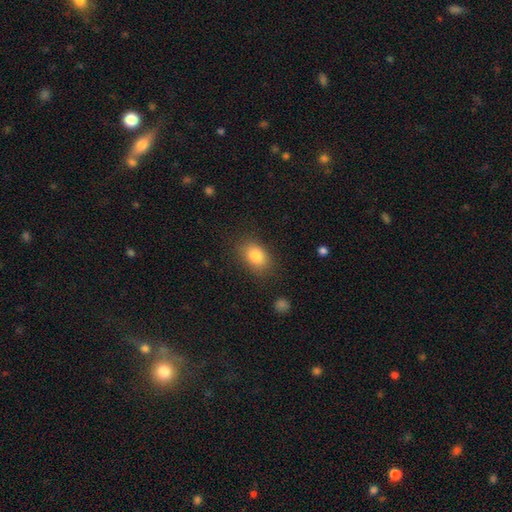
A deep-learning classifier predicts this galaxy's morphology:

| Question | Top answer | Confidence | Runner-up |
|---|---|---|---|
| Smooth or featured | smooth | 83% | star or artifact (9%) |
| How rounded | in between | 79% | round (20%) |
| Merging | none | 82% | minor disturbance (13%) |